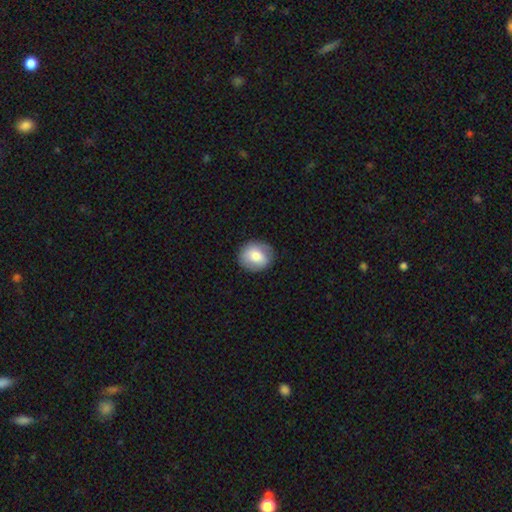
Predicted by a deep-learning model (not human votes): The model was most divided on "smooth or featured": smooth: 71%, featured or disk: 21%, star or artifact: 7%. More confident: merging — none (81%); how rounded — round (75%).